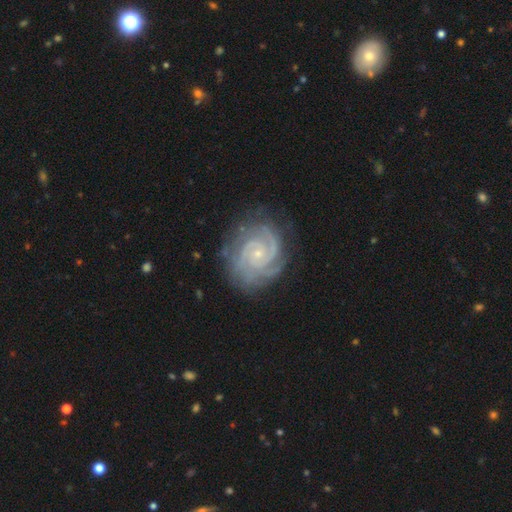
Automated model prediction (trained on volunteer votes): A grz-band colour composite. It shows a featured or disk galaxy (85%) with no bar (72%), 2 (31%) tight (76%) spiral arms (98%) and a small central bulge (80%). Merging: none (81%).